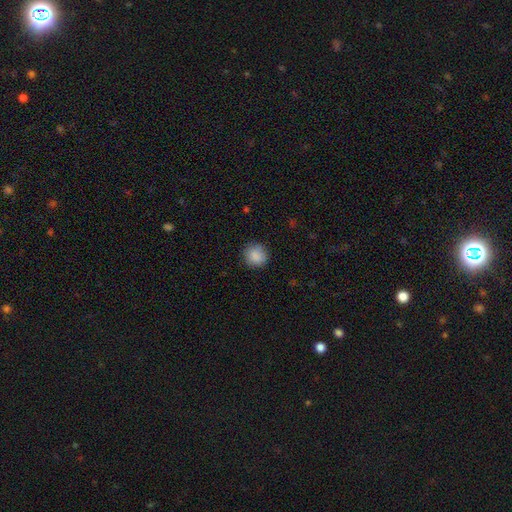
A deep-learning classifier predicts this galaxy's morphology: Smooth or featured? smooth (87%)
How rounded? round (88%)
Merging? none (84%)